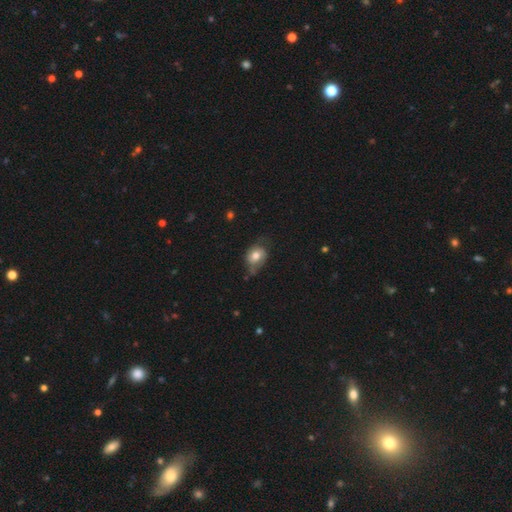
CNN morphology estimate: Smooth or featured? Predicted: smooth (p=0.67). How rounded? Predicted: in between (p=0.60). Merging? Predicted: none (p=0.43).